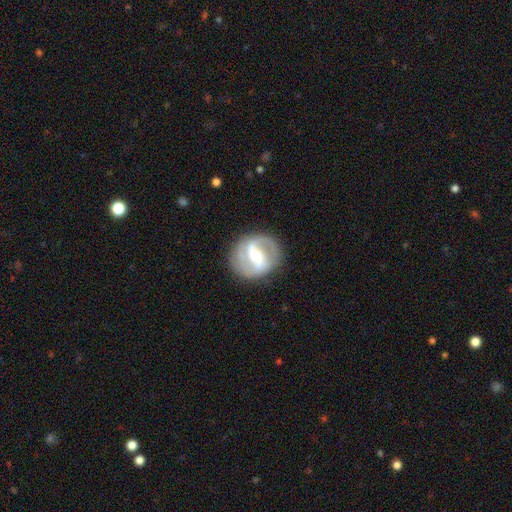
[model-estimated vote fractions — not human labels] Smooth or featured: featured or disk — 81% (smooth — 14%)
Edge-on disk: no — 97% (yes — 3%)
Bar: strong — 45% (weak — 40%)
Spiral arms: yes — 87% (no — 13%)
Spiral winding: medium — 48% (tight — 27%)
Spiral arm count: 2 — 84% (can't tell — 7%)
Bulge size: moderate — 61% (small — 32%)
Merging: none — 83% (minor disturbance — 11%)